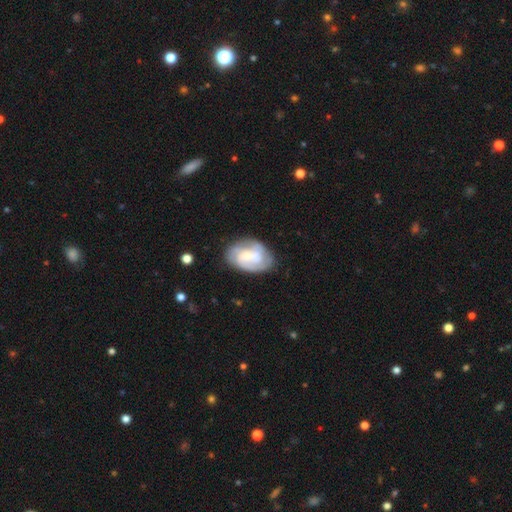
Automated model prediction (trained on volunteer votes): Smooth or featured? Predicted: featured or disk (p=0.69). Edge-on disk? Predicted: no (p=0.97). Bar? Predicted: no (p=0.55). Spiral arms? Predicted: yes (p=0.82). Spiral winding? Predicted: tight (p=0.51). Spiral arm count? Predicted: 2 (p=0.35). Bulge size? Predicted: small (p=0.47). Merging? Predicted: none (p=0.59).